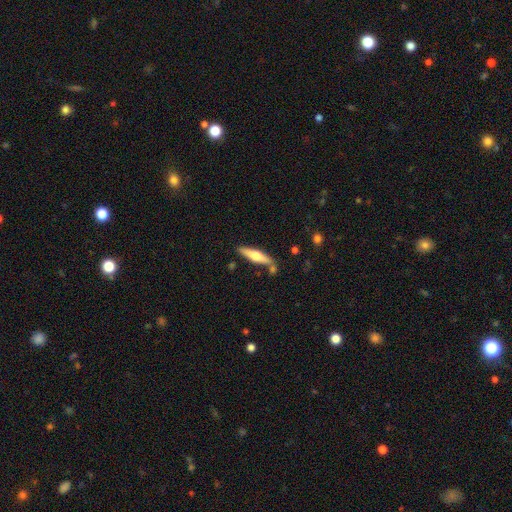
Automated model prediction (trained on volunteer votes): This appears to be a featured or disk galaxy (48%). Merging: none (76%).